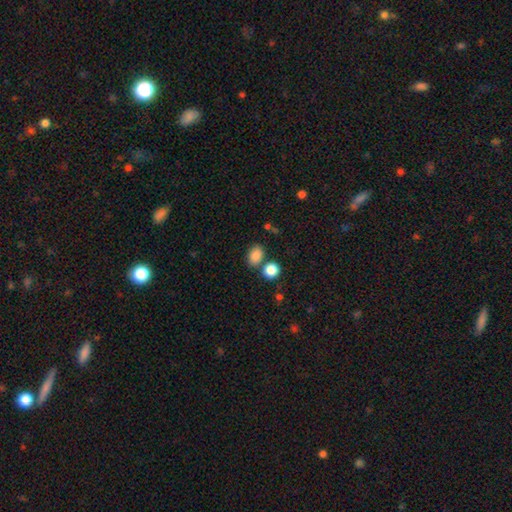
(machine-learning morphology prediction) smooth-or-featured: smooth: 86% | star or artifact: 10% | featured or disk: 4%
  how-rounded: in between: 73% | round: 26% | cigar-shaped: 1%
  merging: none: 67% | merger: 17% | minor disturbance: 12% | major disturbance: 4%